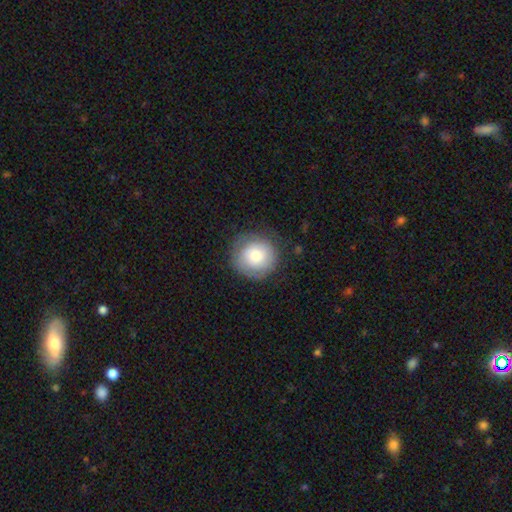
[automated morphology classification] type=smooth (75%); roundness=round (92%); merging=none (75%).